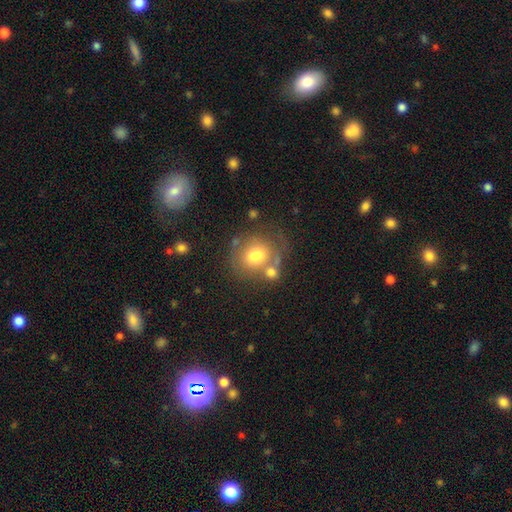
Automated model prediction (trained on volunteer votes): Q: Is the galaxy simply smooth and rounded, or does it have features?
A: smooth — 66%.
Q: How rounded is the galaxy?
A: round — 60%.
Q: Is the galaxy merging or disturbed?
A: none — 55%.